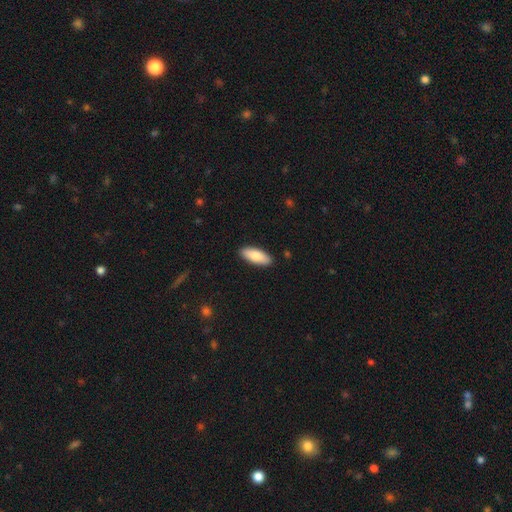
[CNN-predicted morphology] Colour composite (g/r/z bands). It shows a smooth galaxy with no disk features (82%) that is in between round and cigar-shaped (75%). Merging: none (90%).